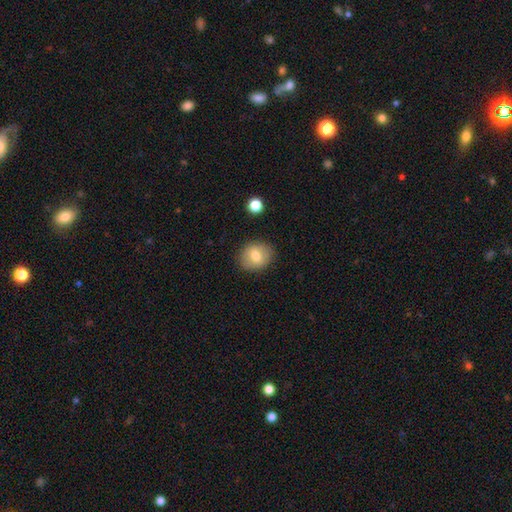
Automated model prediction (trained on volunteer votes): Smooth or featured? Predicted: smooth (p=0.73). How rounded? Predicted: round (p=0.69). Merging? Predicted: none (p=0.86).